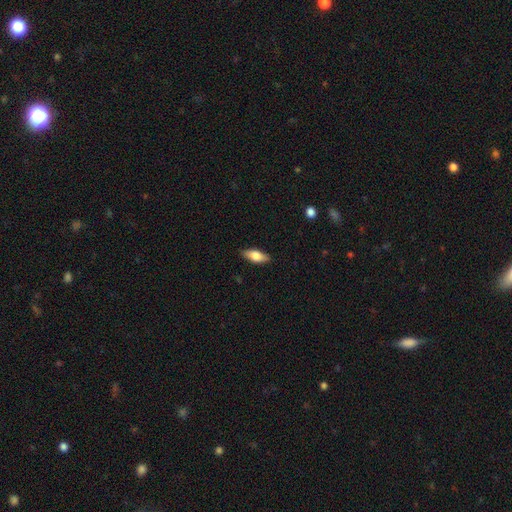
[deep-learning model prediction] Smooth or featured?
  - smooth: 71% *
  - featured or disk: 23%
  - star or artifact: 6%
How rounded?
  - in between: 76% *
  - cigar-shaped: 21%
  - round: 3%
Merging?
  - none: 87% *
  - minor disturbance: 10%
  - major disturbance: 2%
  - merger: 1%